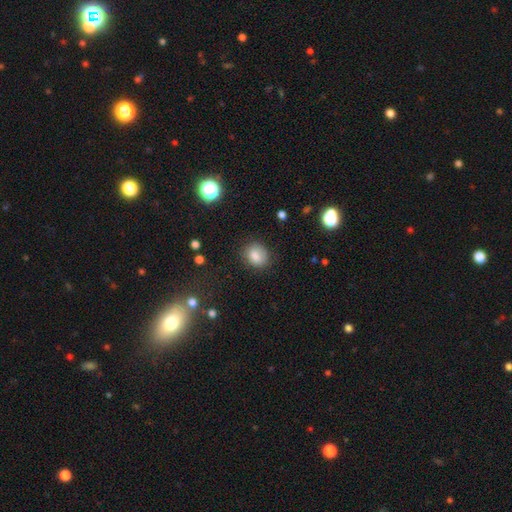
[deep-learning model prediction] Morphology: type=smooth (84%); roundness=round (51%); merging=none (81%).